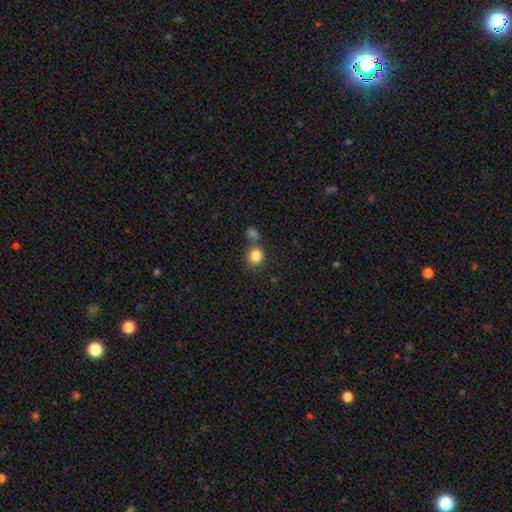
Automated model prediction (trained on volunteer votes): Smooth or featured?
  - smooth: 84% *
  - star or artifact: 10%
  - featured or disk: 6%
How rounded?
  - round: 79% *
  - in between: 20%
  - cigar-shaped: 1%
Merging?
  - none: 65% *
  - merger: 21%
  - minor disturbance: 10%
  - major disturbance: 4%